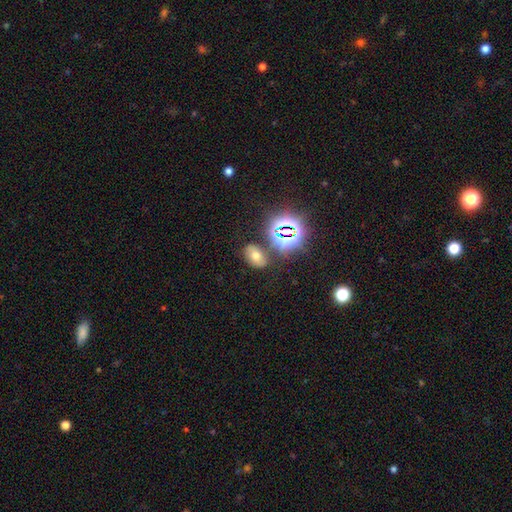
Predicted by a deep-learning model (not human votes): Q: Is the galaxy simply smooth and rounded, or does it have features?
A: smooth — 55%.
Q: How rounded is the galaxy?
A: in between — 84%.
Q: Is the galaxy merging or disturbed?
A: none — 76%.